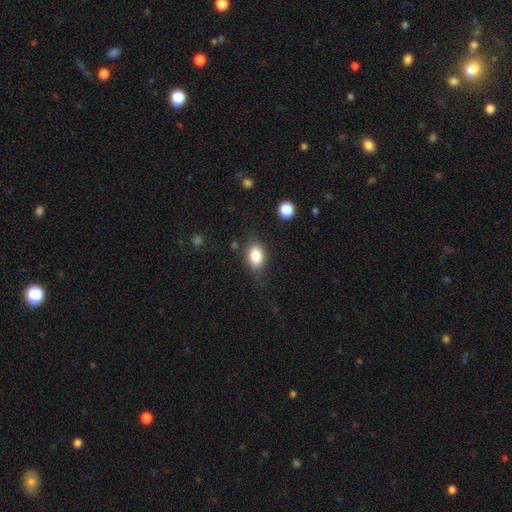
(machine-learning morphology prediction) Smooth or featured: smooth — 83% (featured or disk — 9%)
How rounded: in between — 83% (round — 15%)
Merging: none — 74% (minor disturbance — 18%)